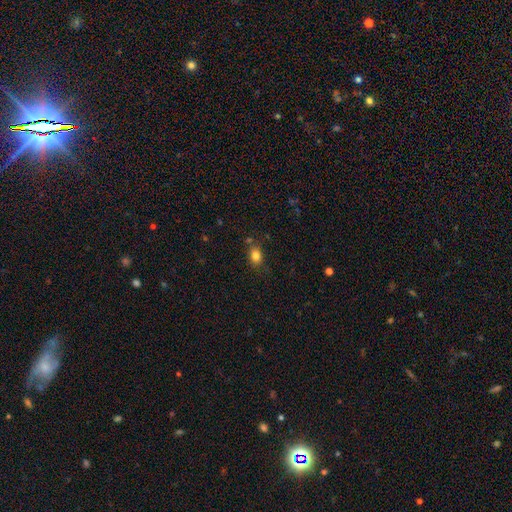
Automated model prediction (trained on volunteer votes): Overall: smooth (82%). How rounded: in between (63%; round 36%). Merging: none (76%).